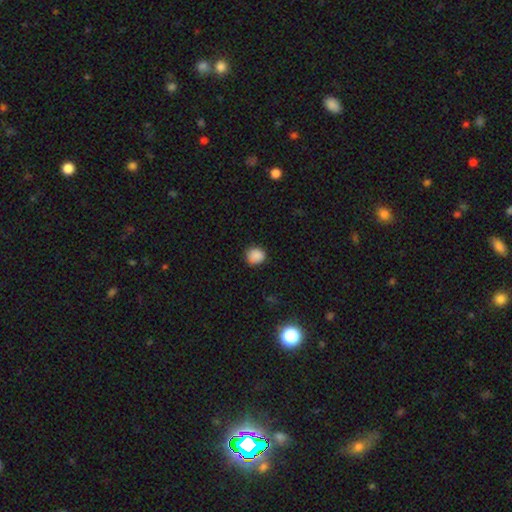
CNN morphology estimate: The model was most divided on "how rounded": round: 85%, in between: 14%, cigar-shaped: 1%. More confident: smooth or featured — smooth (88%); merging — none (87%).